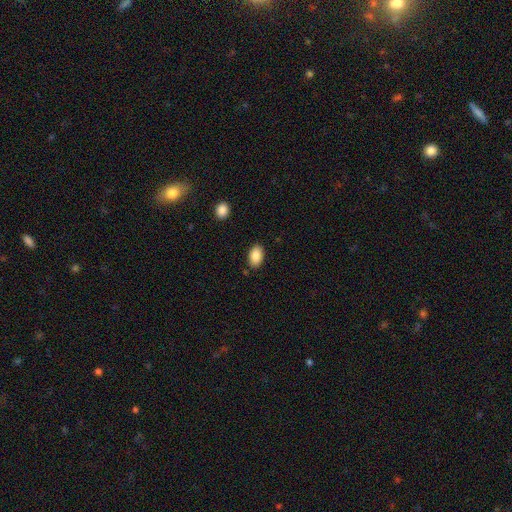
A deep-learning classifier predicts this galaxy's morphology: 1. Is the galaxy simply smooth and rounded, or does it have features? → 88% smooth, 7% star or artifact, 5% featured or disk.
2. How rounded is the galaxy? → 92% in between, 7% round, 1% cigar-shaped.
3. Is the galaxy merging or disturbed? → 86% none, 10% minor disturbance, 2% major disturbance, 2% merger.